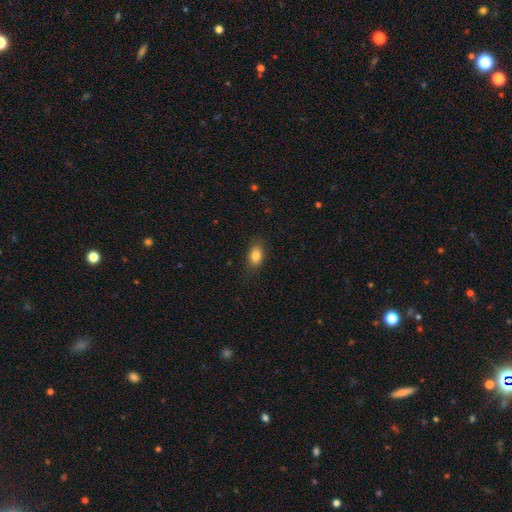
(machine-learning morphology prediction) Smooth or featured?
  - smooth: 84% *
  - star or artifact: 9%
  - featured or disk: 8%
How rounded?
  - in between: 84% *
  - round: 14%
  - cigar-shaped: 3%
Merging?
  - none: 83% *
  - minor disturbance: 13%
  - major disturbance: 3%
  - merger: 1%